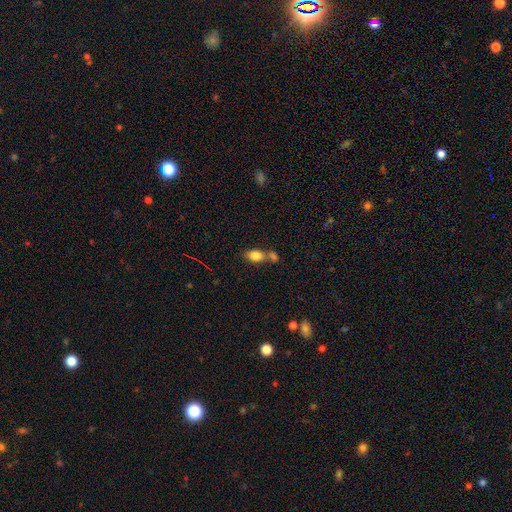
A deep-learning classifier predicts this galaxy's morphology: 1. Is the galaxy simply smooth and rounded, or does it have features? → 83% smooth, 9% star or artifact, 8% featured or disk.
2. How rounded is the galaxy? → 84% in between, 14% round, 2% cigar-shaped.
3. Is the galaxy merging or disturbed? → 46% none, 39% merger, 11% minor disturbance, 4% major disturbance.